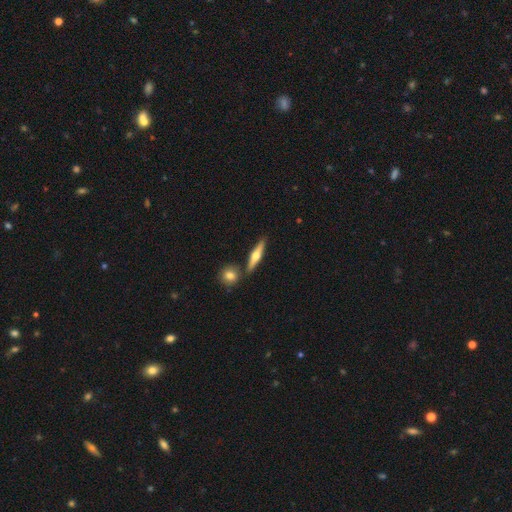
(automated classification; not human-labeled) This is possibly a featured or disk galaxy (57%). It is clearly viewed edge-on (95%). Edge-on bulge: clearly rounded (93%). Merging: clearly none (80%).